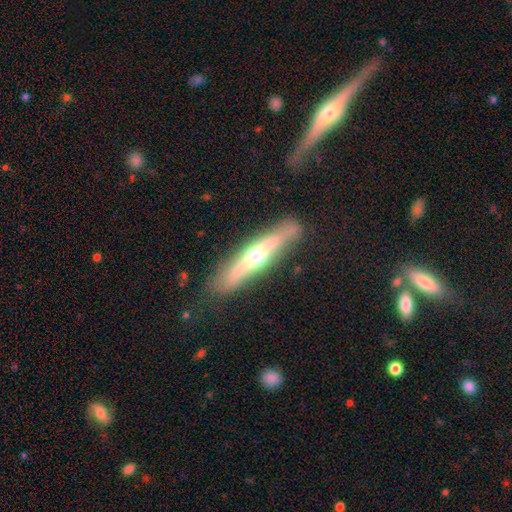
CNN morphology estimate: This appears to be a featured or disk galaxy (66%) viewed edge-on (90%) with a rounded central bulge (89%). Merging: none (79%).